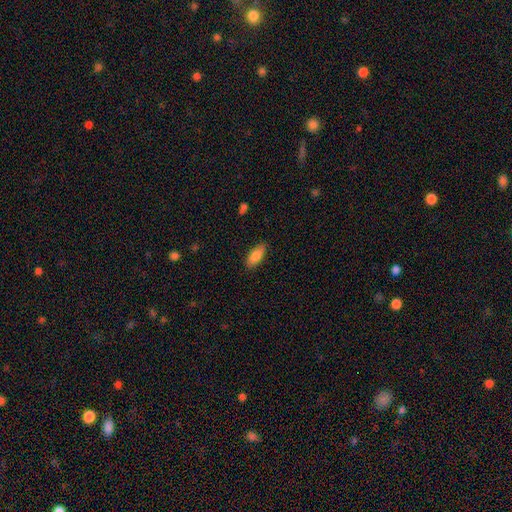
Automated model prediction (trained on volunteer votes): A smooth galaxy with no disk features (85%) that is in between round and cigar-shaped (79%). Merging: none (85%).